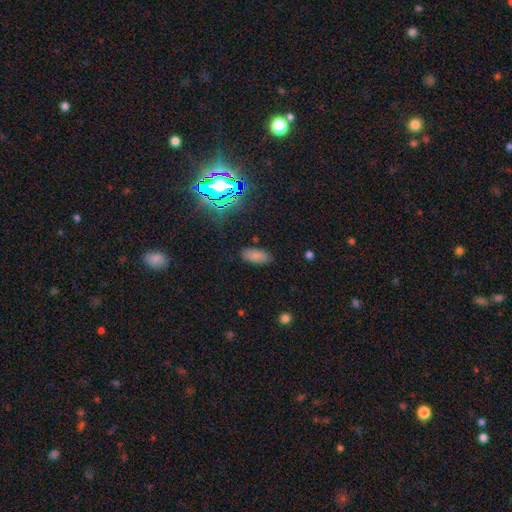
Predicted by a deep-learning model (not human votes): smooth_or_featured: smooth (p=0.78) [alt: star or artifact p=0.15]
how_rounded: in between (p=0.89) [alt: cigar-shaped p=0.08]
merging: none (p=0.84) [alt: minor disturbance p=0.11]